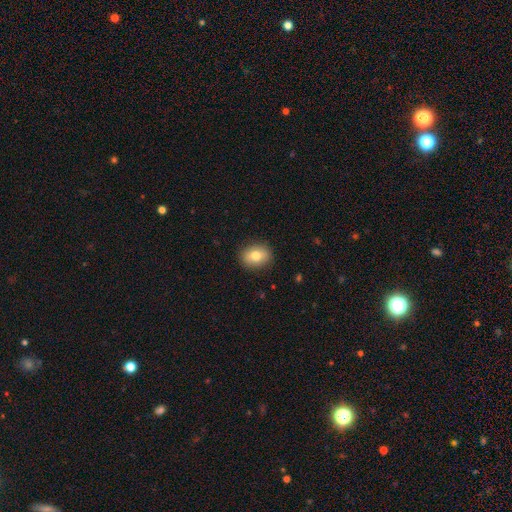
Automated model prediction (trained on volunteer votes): This is likely a smooth galaxy (78%). How rounded: possibly in between (50%). Merging: clearly none (89%).